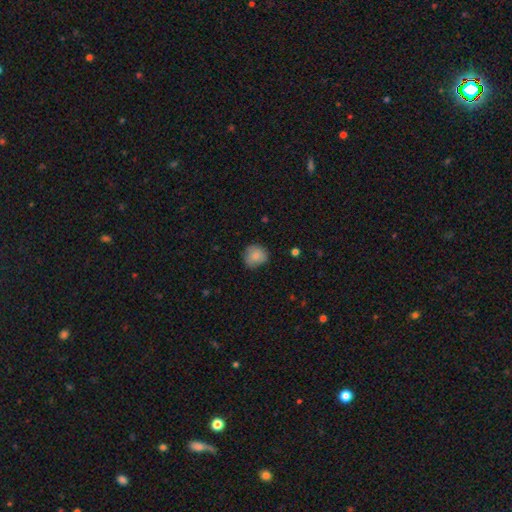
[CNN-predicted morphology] smooth 82%, featured or disk 10%, star or artifact 8%. Down the decision tree: how rounded — round (86%); merging — none (73%).